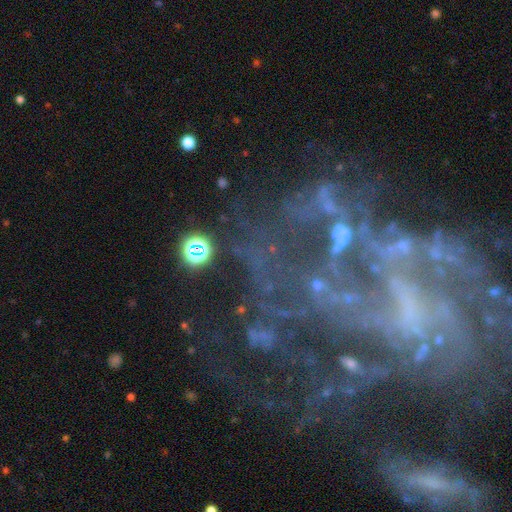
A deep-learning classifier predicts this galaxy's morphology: Smooth or featured: featured or disk — 77% (star or artifact — 16%)
Edge-on disk: no — 97% (yes — 3%)
Bar: no — 52% (weak — 32%)
Spiral arms: yes — 72% (no — 28%)
Spiral winding: medium — 38% (tight — 35%)
Spiral arm count: can't tell — 43% (3 — 14%)
Bulge size: none — 59% (small — 26%)
Merging: none — 43% (major disturbance — 31%)